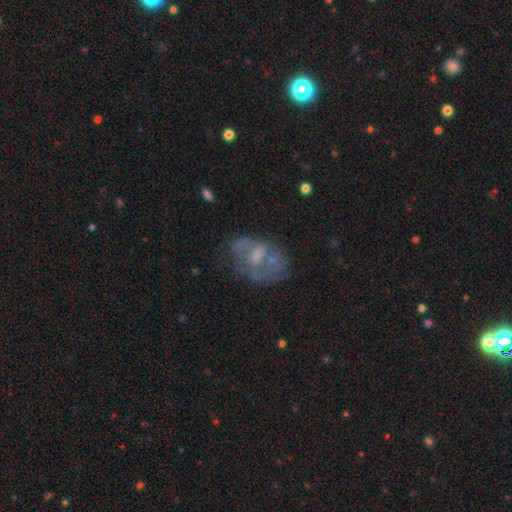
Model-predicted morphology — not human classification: featured or disk 58%, smooth 30%, star or artifact 12%. Down the decision tree: edge-on disk — no (96%); bar — no (62%); spiral arms — no (67%); bulge size — small (35%); merging — none (39%).